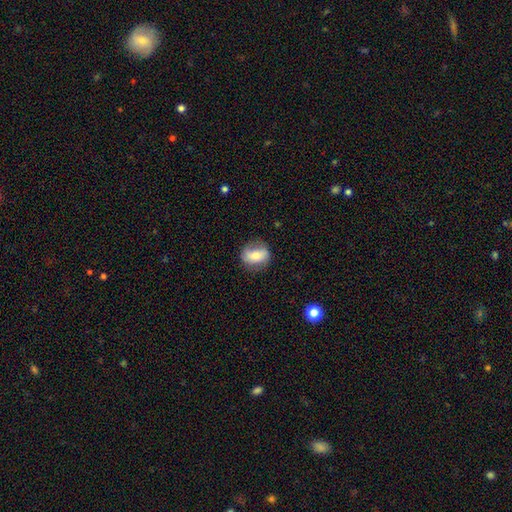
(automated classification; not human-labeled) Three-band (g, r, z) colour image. It shows a smooth galaxy with no disk features (61%) that is in between round and cigar-shaped (53%). Merging: none (75%).